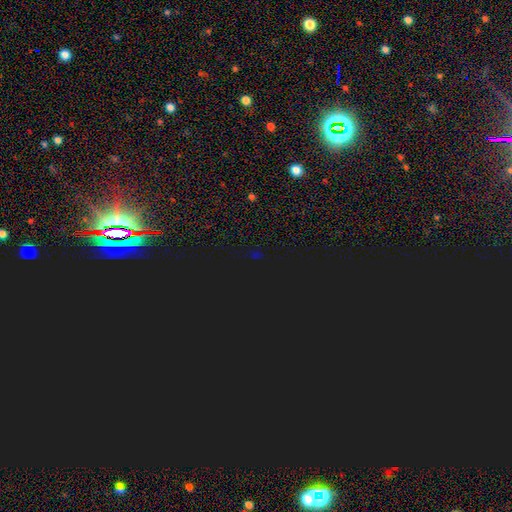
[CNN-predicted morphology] Smooth or featured?
  - star or artifact: 79% *
  - smooth: 15%
  - featured or disk: 6%